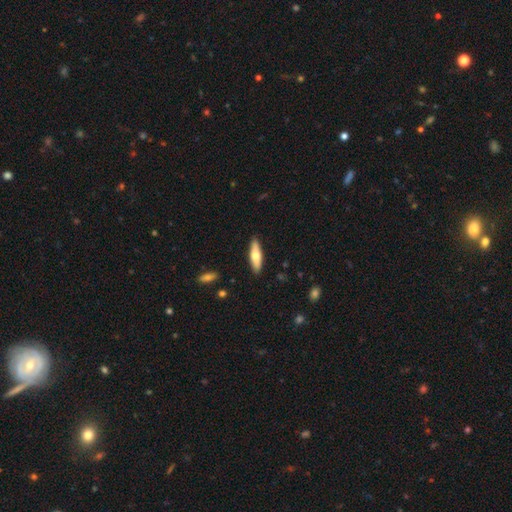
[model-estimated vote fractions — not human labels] Morphology: type=smooth (61%); roundness=cigar-shaped (57%); merging=none (89%).